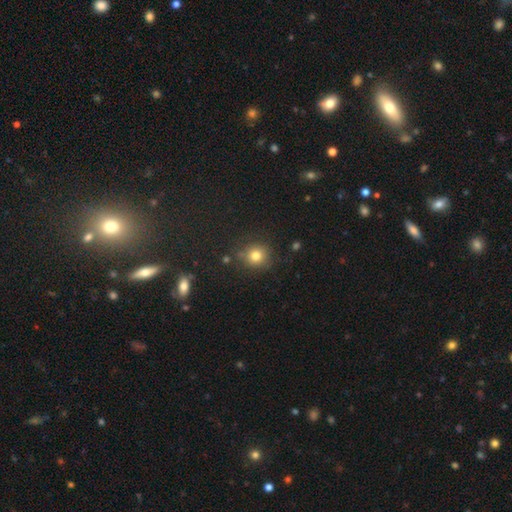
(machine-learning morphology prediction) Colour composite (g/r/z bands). It shows a smooth galaxy with no disk features (79%) that is round (88%). Merging: none (80%).